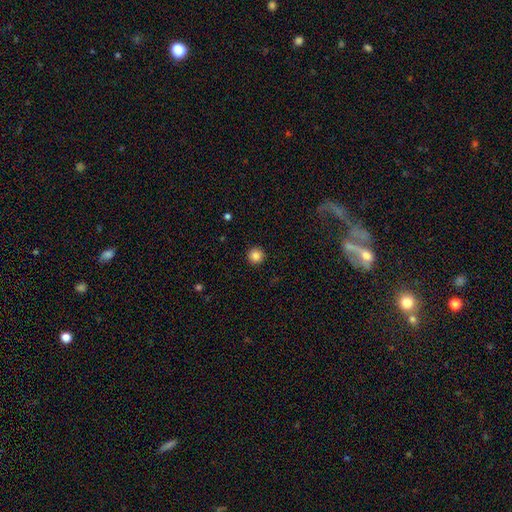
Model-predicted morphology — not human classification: smooth-or-featured: smooth: 85% | star or artifact: 10% | featured or disk: 5%
  how-rounded: round: 96% | in between: 3% | cigar-shaped: 1%
  merging: none: 93% | minor disturbance: 5% | major disturbance: 2% | merger: 1%